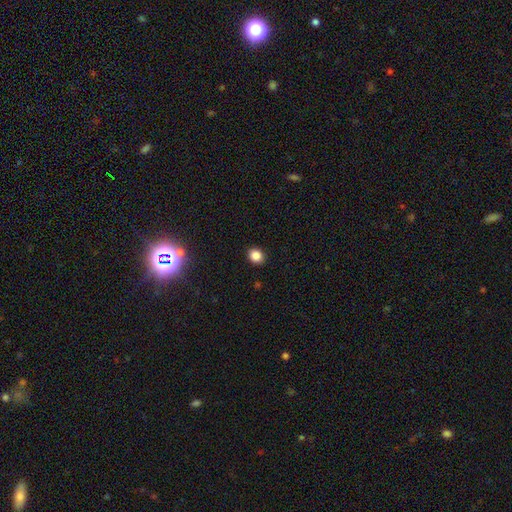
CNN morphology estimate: Smooth or featured? Predicted: smooth (p=0.85). How rounded? Predicted: round (p=0.66). Merging? Predicted: none (p=0.91).